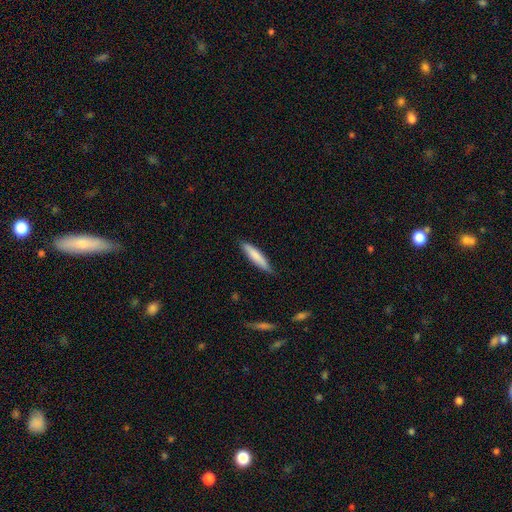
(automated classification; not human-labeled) Smooth or featured? smooth (80%)
How rounded? cigar-shaped (85%)
Merging? none (82%)